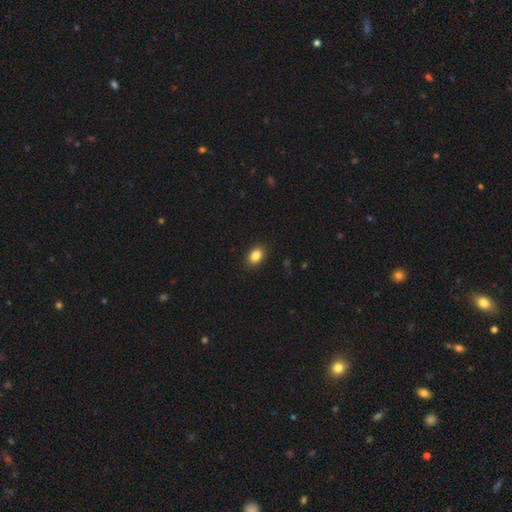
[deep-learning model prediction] Smooth or featured: smooth — 86% (star or artifact — 9%)
How rounded: in between — 75% (round — 24%)
Merging: none — 89% (minor disturbance — 8%)